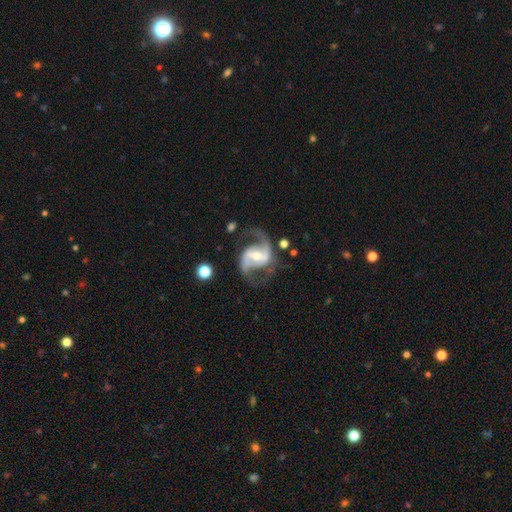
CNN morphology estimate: smooth-or-featured: featured or disk: 90% | star or artifact: 5% | smooth: 5%
  disk-edge-on: no: 98% | yes: 2%
    bar: strong: 42% | weak: 40% | no: 18%
    has-spiral-arms: yes: 97% | no: 3%
      spiral-winding: medium: 49% | loose: 42% | tight: 9%
      spiral-arm-count: 2: 93% | 1: 2% | can't tell: 2% | 3: 1% | 4: 1% | more than 4: 1%
    bulge-size: moderate: 47% | small: 46% | large: 4% | none: 2% | dominant: 1%
  merging: none: 72% | minor disturbance: 14% | major disturbance: 12% | merger: 2%